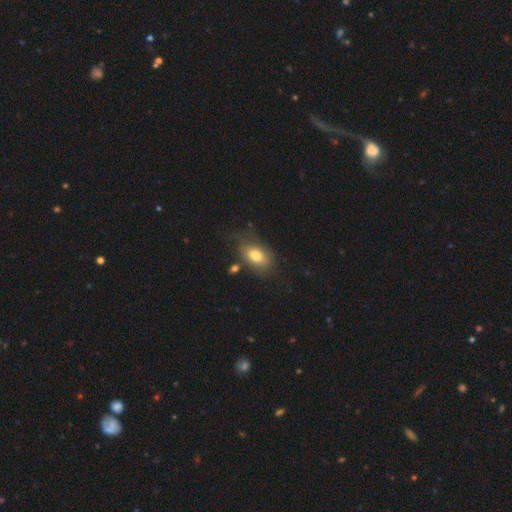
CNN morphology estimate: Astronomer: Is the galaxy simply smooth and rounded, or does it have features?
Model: smooth — 75%.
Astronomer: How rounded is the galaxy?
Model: in between — 88%.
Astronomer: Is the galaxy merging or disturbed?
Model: none — 58%.